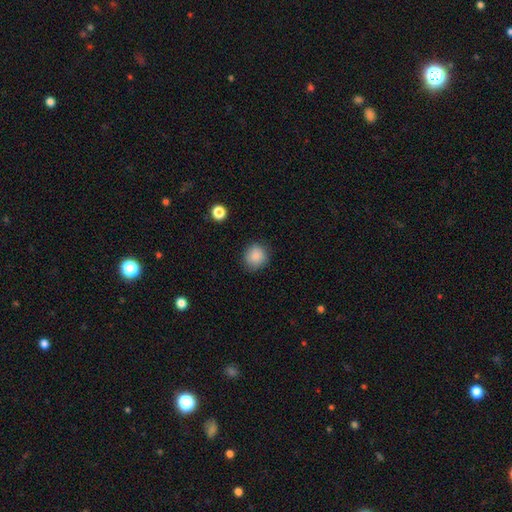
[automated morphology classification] This appears to be a smooth galaxy with no disk features (86%) that is round (85%). Merging: none (86%).